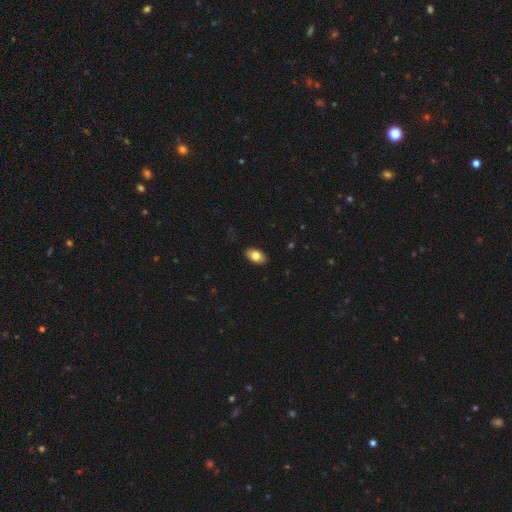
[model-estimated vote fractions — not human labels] Smooth or featured? Predicted: smooth (p=0.80). How rounded? Predicted: in between (p=0.92). Merging? Predicted: none (p=0.89).